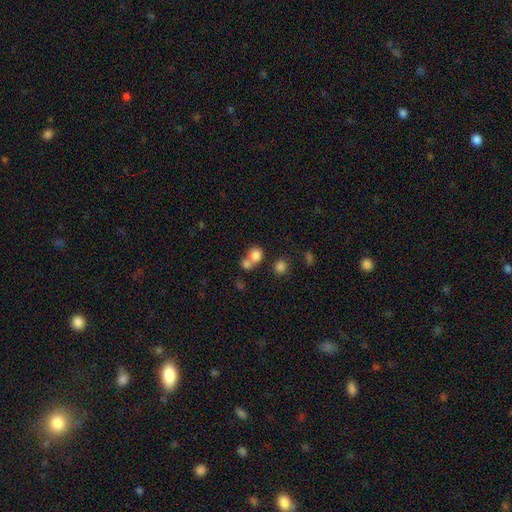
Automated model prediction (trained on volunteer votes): A smooth galaxy with no disk features (79%) that is round (72%). Merging: merger (52%).